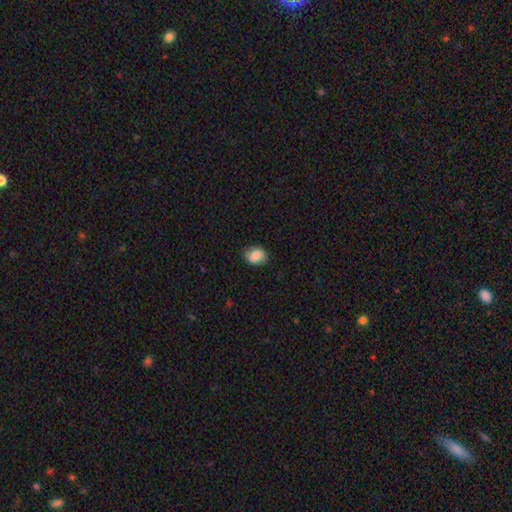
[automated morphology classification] Overall: smooth (83%). How rounded: in between (60%; round 39%). Merging: none (80%).